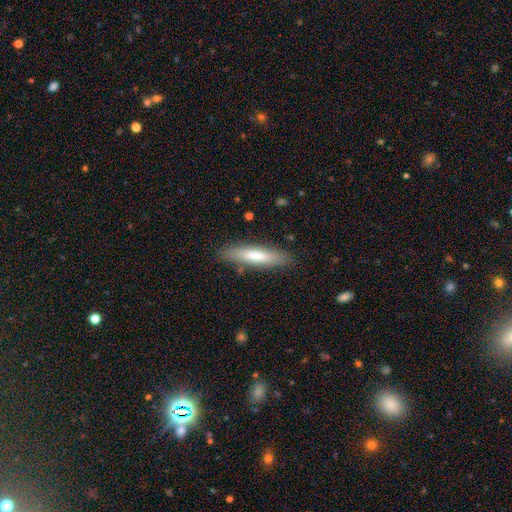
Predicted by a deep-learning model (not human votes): smooth 63%, featured or disk 29%, star or artifact 8%. Down the decision tree: how rounded — cigar-shaped (84%); merging — none (87%).